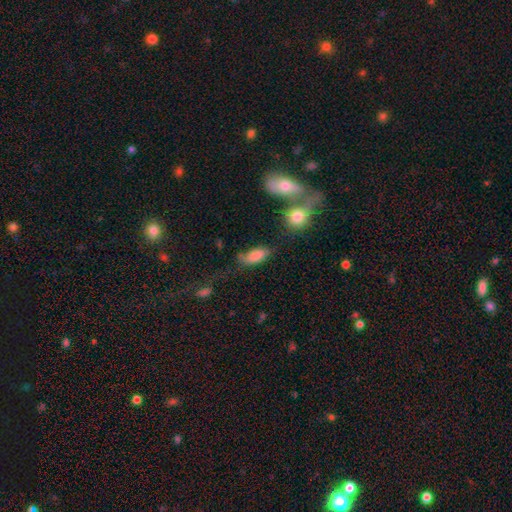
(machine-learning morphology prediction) A smooth galaxy with no disk features (80%) that is in between round and cigar-shaped (86%). Merging: none (46%).